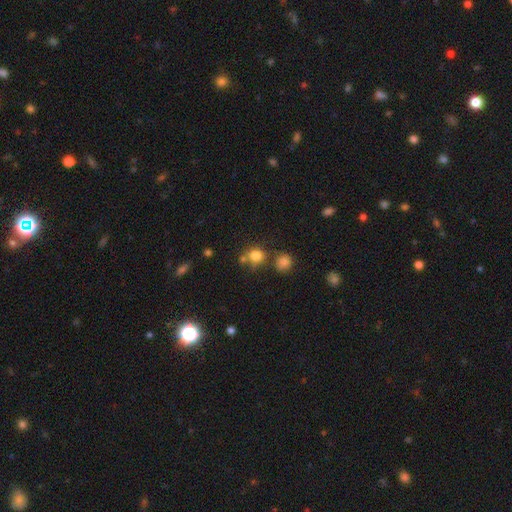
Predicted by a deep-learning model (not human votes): smooth-or-featured: smooth: 80% | star or artifact: 14% | featured or disk: 7%
  how-rounded: round: 82% | in between: 17% | cigar-shaped: 1%
  merging: none: 59% | merger: 23% | minor disturbance: 13% | major disturbance: 6%